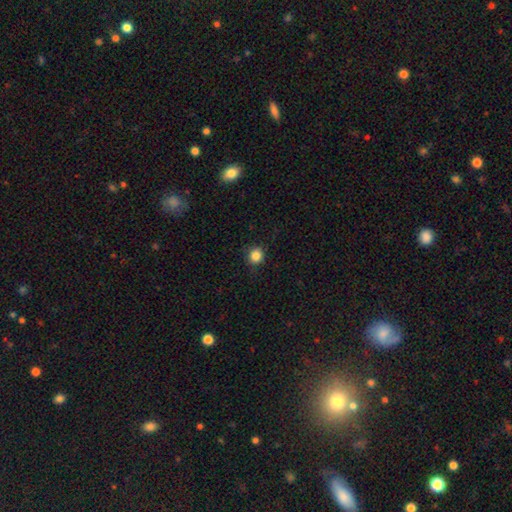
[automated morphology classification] Smooth or featured? Predicted: smooth (p=0.85). How rounded? Predicted: round (p=0.87). Merging? Predicted: none (p=0.87).